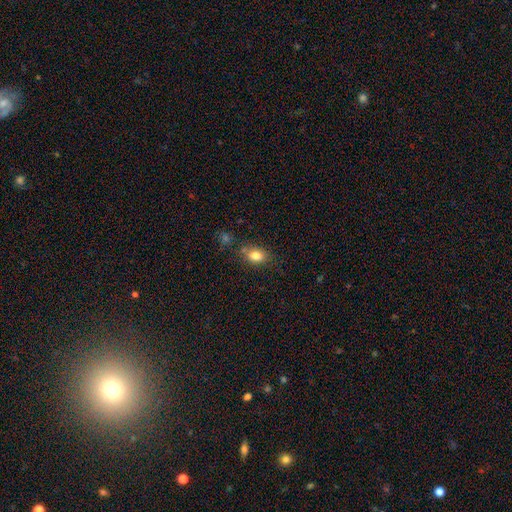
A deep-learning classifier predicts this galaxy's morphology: Smooth or featured: smooth — 82% (star or artifact — 10%)
How rounded: in between — 73% (round — 25%)
Merging: none — 68% (minor disturbance — 16%)